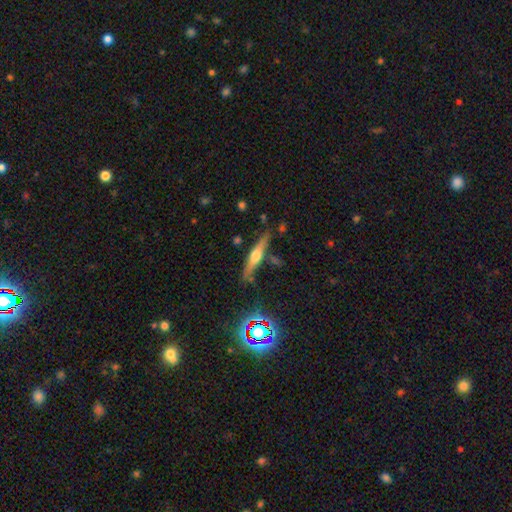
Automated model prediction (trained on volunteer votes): smooth-or-featured: featured or disk: 61% | smooth: 29% | star or artifact: 9%
  disk-edge-on: yes: 95% | no: 5%
    edge-on-bulge: rounded: 89% | boxy: 6% | none: 4%
  merging: none: 79% | minor disturbance: 13% | merger: 5% | major disturbance: 3%